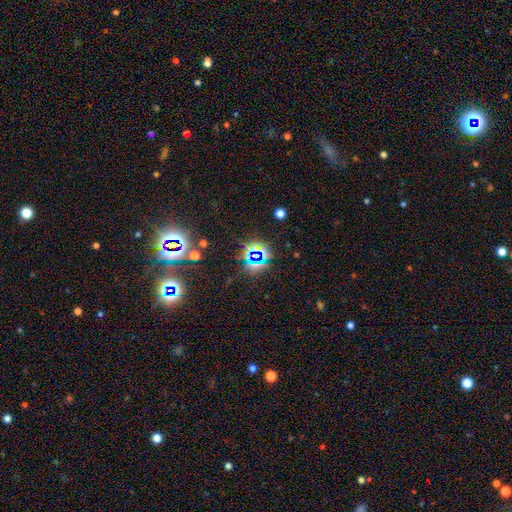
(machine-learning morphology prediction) Smooth or featured? Predicted: star or artifact (p=0.77).